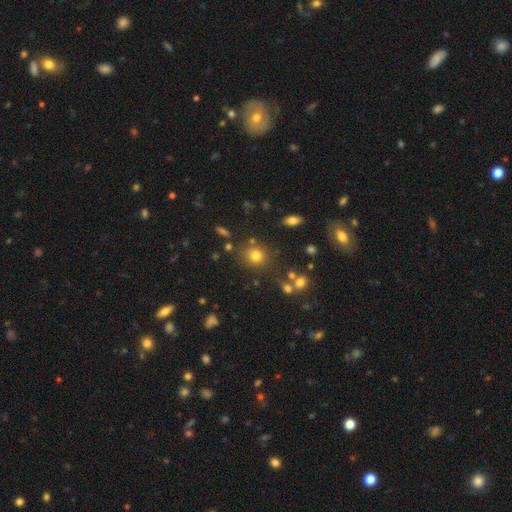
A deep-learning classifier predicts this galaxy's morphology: This appears to be a smooth galaxy with no disk features (77%) that is round (85%). Merging: none (78%).